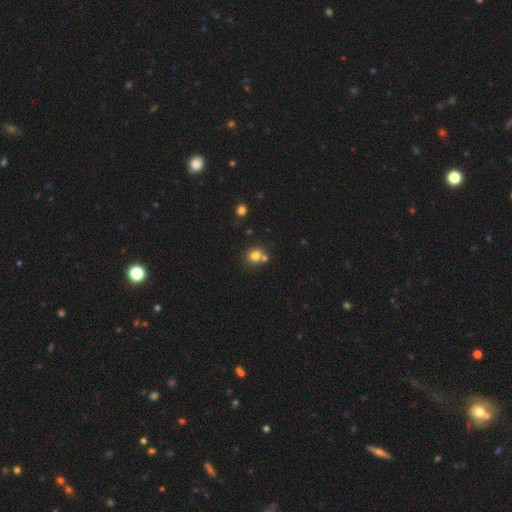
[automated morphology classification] Smooth or featured? smooth (78%)
How rounded? round (80%)
Merging? none (59%)